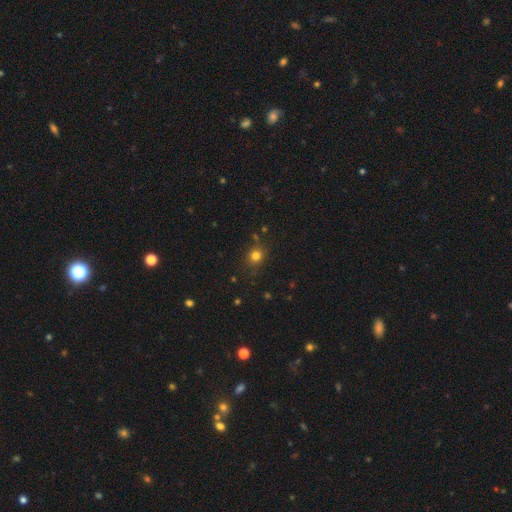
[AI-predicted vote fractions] Q: Smooth or featured?
A: smooth (79%); runner-up: star or artifact (15%)
Q: How rounded?
A: round (75%); runner-up: in between (24%)
Q: Merging?
A: none (82%); runner-up: minor disturbance (12%)